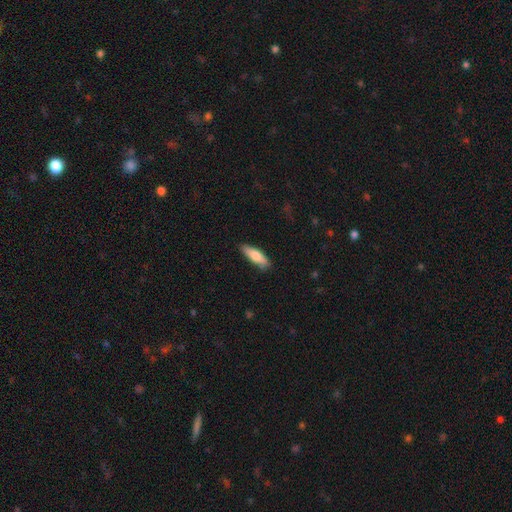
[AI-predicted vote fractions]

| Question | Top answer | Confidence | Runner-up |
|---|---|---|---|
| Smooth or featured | smooth | 74% | featured or disk (21%) |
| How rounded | cigar-shaped | 54% | in between (44%) |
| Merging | none | 83% | minor disturbance (13%) |